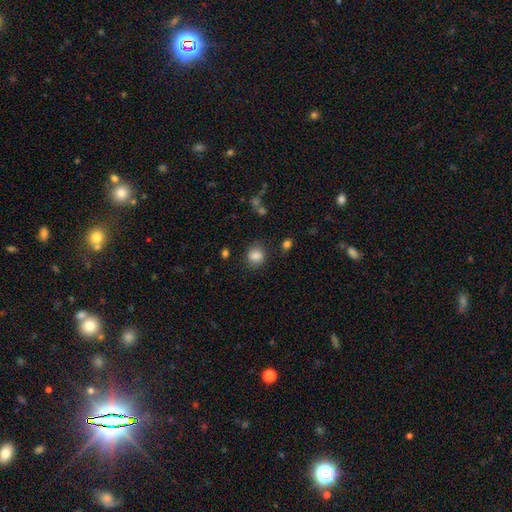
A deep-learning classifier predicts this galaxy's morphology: smooth_or_featured: smooth (p=0.85) [alt: star or artifact p=0.10]
how_rounded: round (p=0.74) [alt: in between p=0.25]
merging: none (p=0.80) [alt: minor disturbance p=0.13]